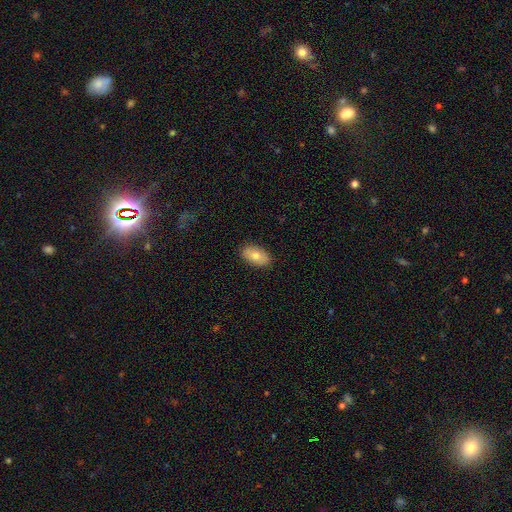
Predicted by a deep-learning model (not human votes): Smooth or featured? smooth (75%)
How rounded? in between (92%)
Merging? none (88%)